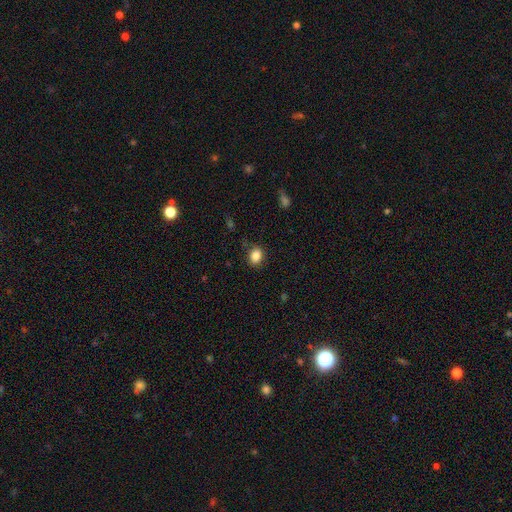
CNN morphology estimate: smooth_or_featured: smooth (p=0.86) [alt: star or artifact p=0.09]
how_rounded: in between (p=0.52) [alt: round p=0.47]
merging: none (p=0.84) [alt: minor disturbance p=0.12]